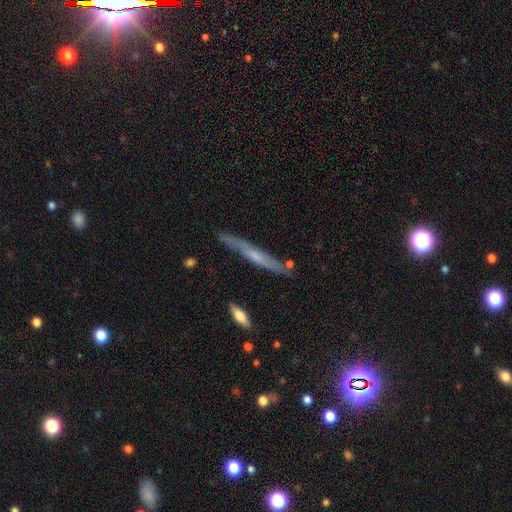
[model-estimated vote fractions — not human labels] smooth-or-featured: featured or disk: 57% | smooth: 35% | star or artifact: 8%
  disk-edge-on: yes: 86% | no: 14%
  merging: none: 77% | minor disturbance: 17% | major disturbance: 3% | merger: 3%